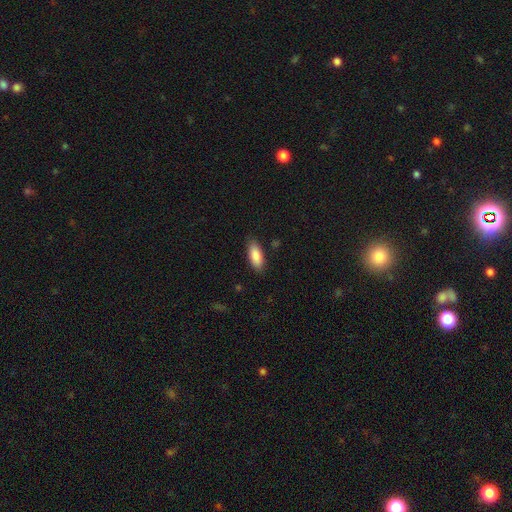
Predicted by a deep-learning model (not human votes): Morphology: type=smooth (87%); roundness=in between (79%); merging=none (85%).